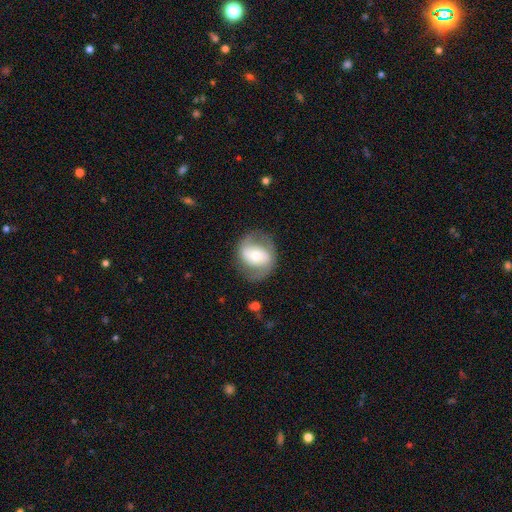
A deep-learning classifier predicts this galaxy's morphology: Smooth or featured?
  - featured or disk: 64% *
  - smooth: 29%
  - star or artifact: 7%
Edge-on disk?
  - no: 96% *
  - yes: 4%
Bar?
  - no: 39% *
  - weak: 33%
  - strong: 28%
Spiral arms?
  - yes: 77% *
  - no: 23%
Bulge size?
  - moderate: 54% *
  - small: 32%
  - large: 10%
  - dominant: 2%
  - none: 2%
Merging?
  - none: 74% *
  - minor disturbance: 15%
  - major disturbance: 9%
  - merger: 2%